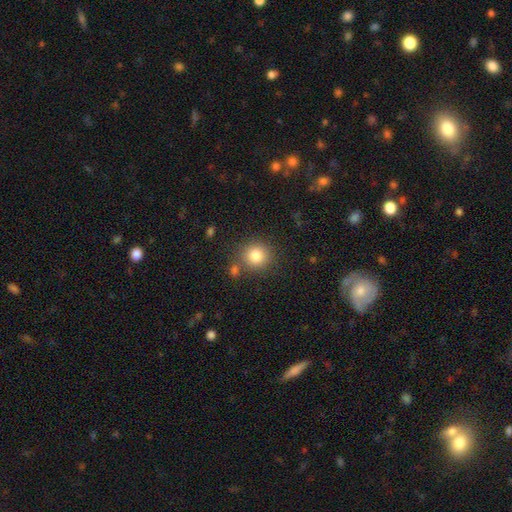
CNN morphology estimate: Smooth or featured? Predicted: smooth (p=0.83). How rounded? Predicted: round (p=0.90). Merging? Predicted: none (p=0.77).